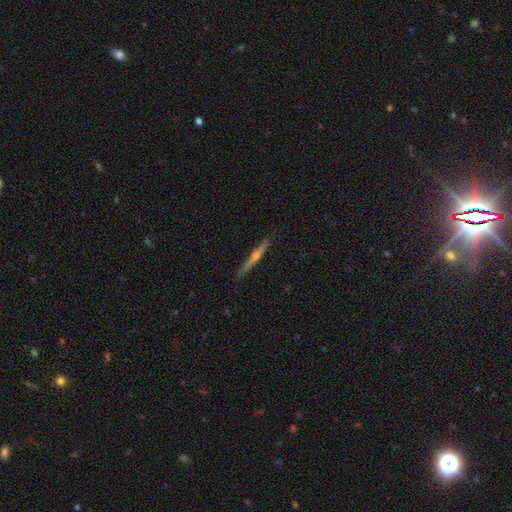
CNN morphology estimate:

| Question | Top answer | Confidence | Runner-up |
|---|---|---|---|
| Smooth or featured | featured or disk | 72% | smooth (21%) |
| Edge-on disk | yes | 98% | no (2%) |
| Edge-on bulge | rounded | 72% | none (22%) |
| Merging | none | 90% | minor disturbance (8%) |